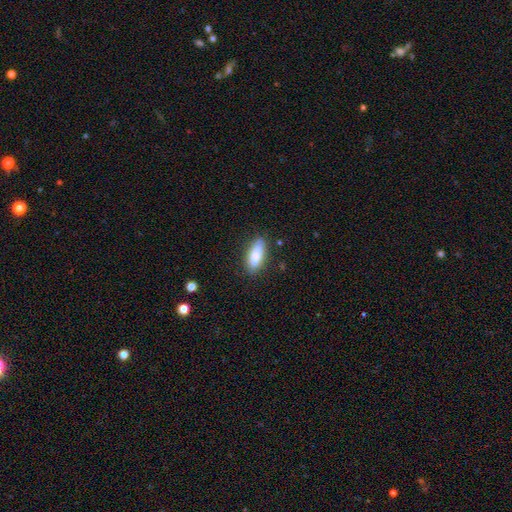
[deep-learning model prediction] Smooth or featured? smooth (75%)
How rounded? in between (74%)
Merging? none (83%)